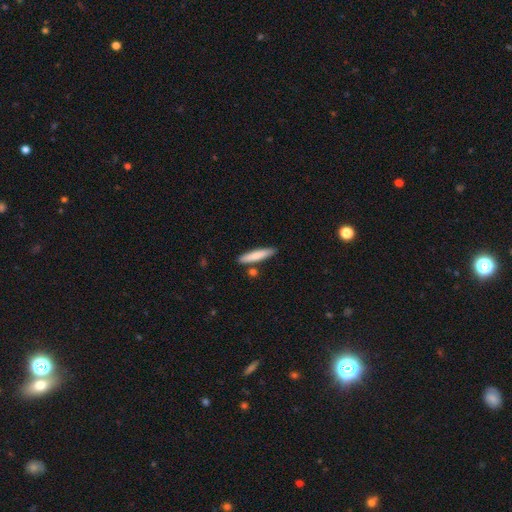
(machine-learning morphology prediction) smooth 78%, featured or disk 16%, star or artifact 5%. Down the decision tree: how rounded — cigar-shaped (88%); merging — none (83%).